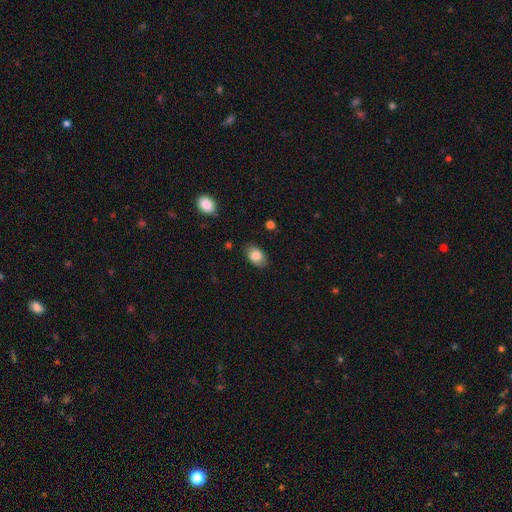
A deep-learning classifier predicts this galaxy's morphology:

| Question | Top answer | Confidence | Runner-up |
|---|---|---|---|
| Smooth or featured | smooth | 83% | featured or disk (10%) |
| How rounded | in between | 86% | round (12%) |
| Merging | none | 84% | minor disturbance (12%) |